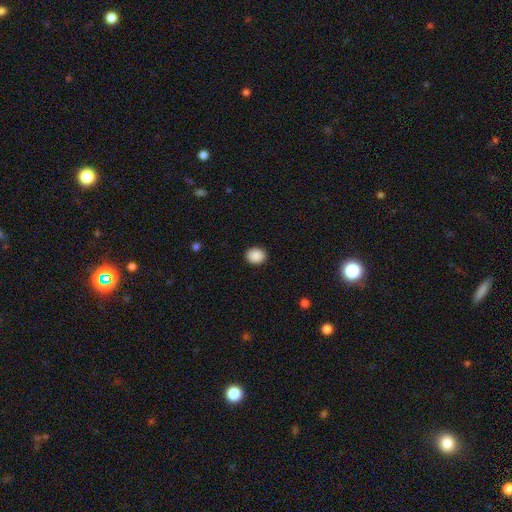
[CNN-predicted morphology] Smooth or featured?
  - smooth: 90% *
  - star or artifact: 8%
  - featured or disk: 2%
How rounded?
  - round: 57% *
  - in between: 43%
  - cigar-shaped: 1%
Merging?
  - none: 91% *
  - minor disturbance: 6%
  - major disturbance: 2%
  - merger: 1%